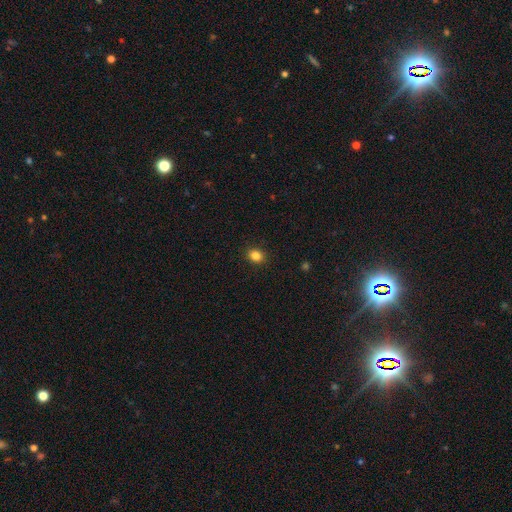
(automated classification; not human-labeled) This appears to be a smooth galaxy with no disk features (85%) that is round (60%). Merging: none (91%).